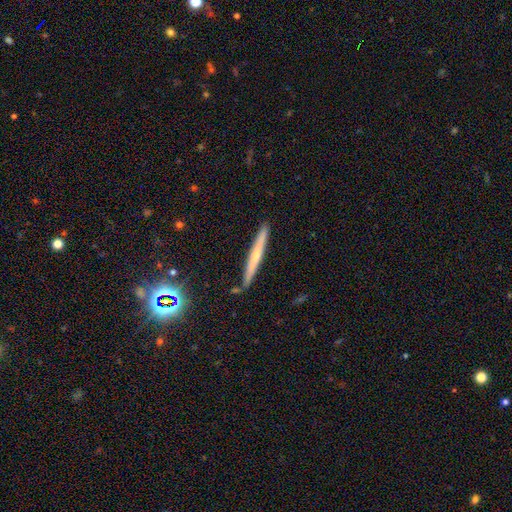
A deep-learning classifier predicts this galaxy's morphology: type=featured or disk (50%); merging=none (87%).